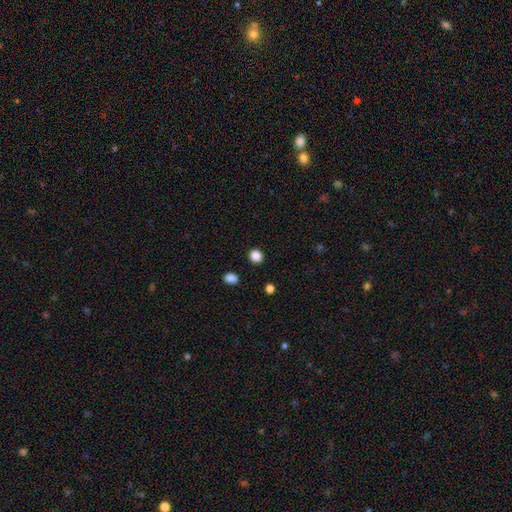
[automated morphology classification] smooth 86%, star or artifact 11%, featured or disk 3%. Down the decision tree: how rounded — round (81%); merging — none (90%).